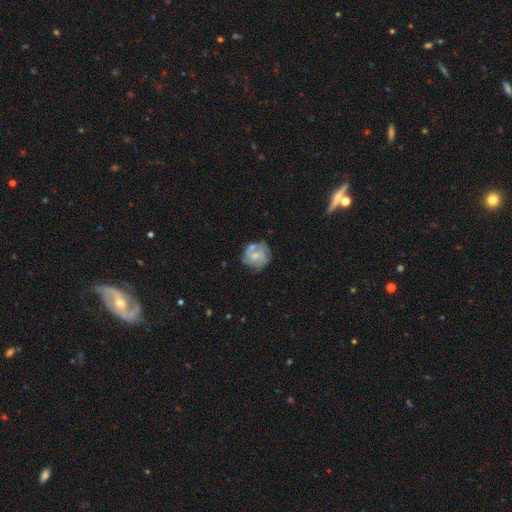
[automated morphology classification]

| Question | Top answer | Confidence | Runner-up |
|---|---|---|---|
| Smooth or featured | featured or disk | 64% | smooth (29%) |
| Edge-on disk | no | 98% | yes (2%) |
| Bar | no | 62% | weak (33%) |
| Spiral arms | yes | 78% | no (22%) |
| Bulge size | small | 44% | moderate (37%) |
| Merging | none | 58% | minor disturbance (21%) |